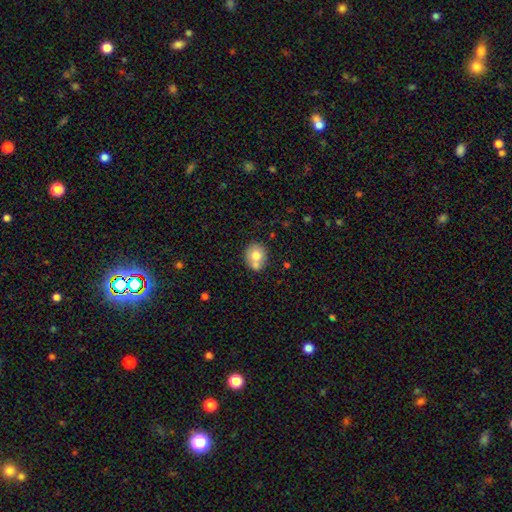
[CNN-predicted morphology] Smooth or featured: smooth — 72% (featured or disk — 19%)
How rounded: round — 72% (in between — 27%)
Merging: none — 55% (merger — 28%)